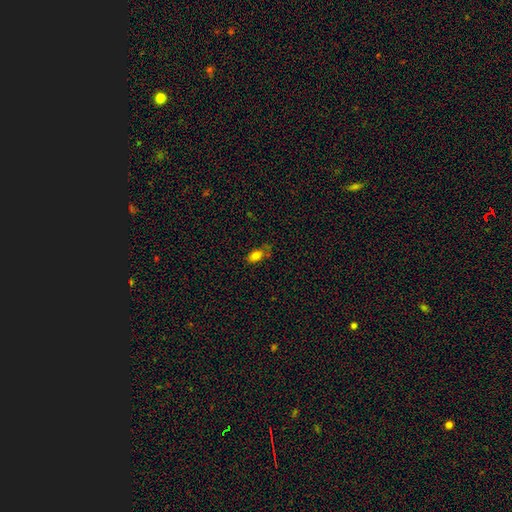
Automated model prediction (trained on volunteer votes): Morphology: type=smooth (79%); roundness=in between (87%); merging=none (57%).